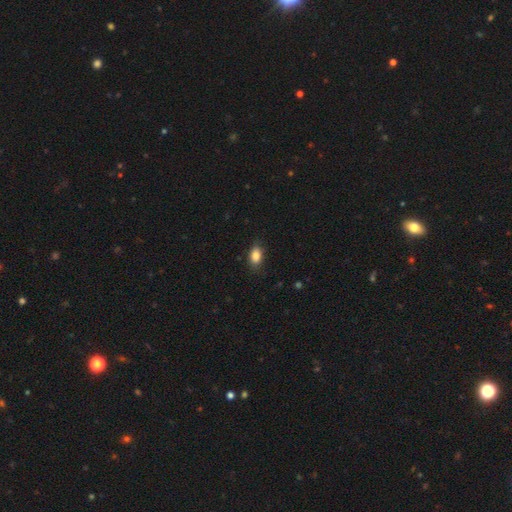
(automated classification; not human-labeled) The model was most divided on "merging": none: 83%, minor disturbance: 14%, major disturbance: 3%, merger: 1%. More confident: how rounded — in between (88%); smooth or featured — smooth (86%).